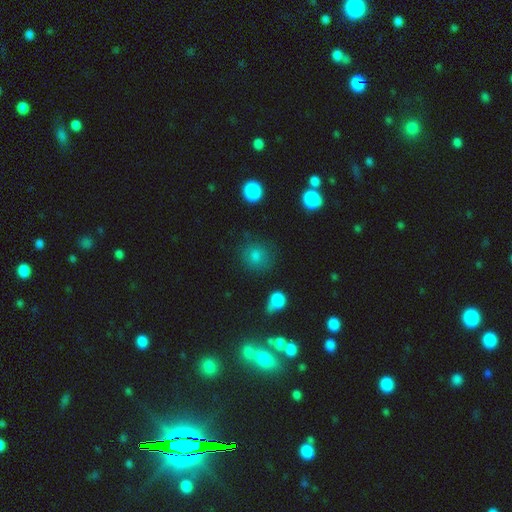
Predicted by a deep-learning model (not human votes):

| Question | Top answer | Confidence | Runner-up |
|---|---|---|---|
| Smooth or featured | smooth | 71% | star or artifact (19%) |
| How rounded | round | 86% | in between (13%) |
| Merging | none | 79% | minor disturbance (13%) |